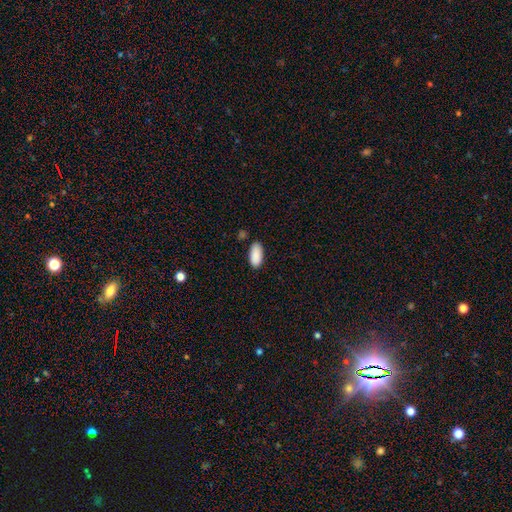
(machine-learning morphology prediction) The model was most divided on "merging": none: 84%, minor disturbance: 11%, merger: 3%, major disturbance: 2%. More confident: how rounded — in between (91%); smooth or featured — smooth (91%).